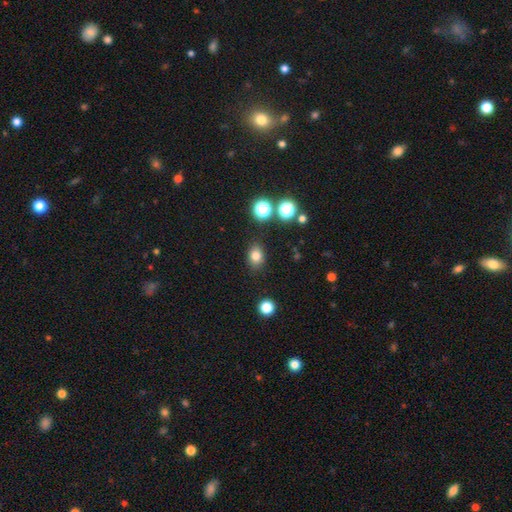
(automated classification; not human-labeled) This is likely a smooth galaxy (79%). How rounded: likely in between (61%). Merging: clearly none (85%).